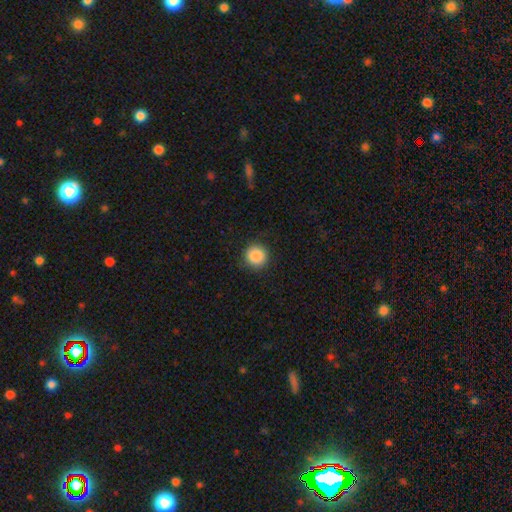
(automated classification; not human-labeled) Overall: smooth (88%). How rounded: round (95%). Merging: none (90%).